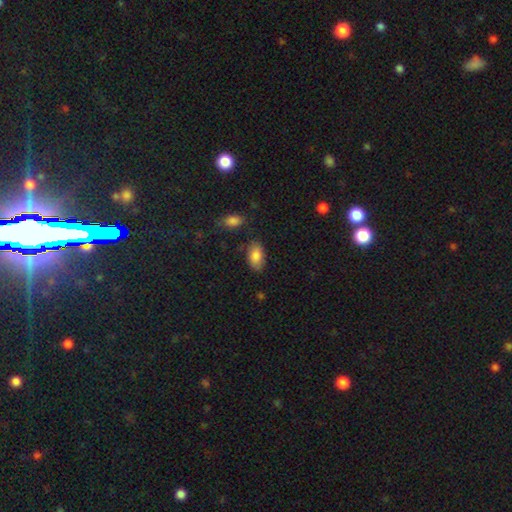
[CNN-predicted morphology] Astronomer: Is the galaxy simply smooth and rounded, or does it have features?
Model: smooth — 85%.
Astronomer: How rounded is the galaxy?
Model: in between — 93%.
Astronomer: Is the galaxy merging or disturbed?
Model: none — 77%.